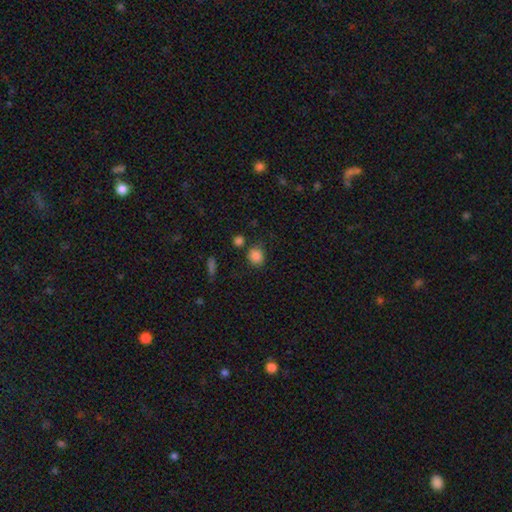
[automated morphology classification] Smooth or featured?
  - smooth: 85% *
  - star or artifact: 11%
  - featured or disk: 4%
How rounded?
  - round: 77% *
  - in between: 21%
  - cigar-shaped: 1%
Merging?
  - none: 75% *
  - minor disturbance: 13%
  - merger: 8%
  - major disturbance: 4%